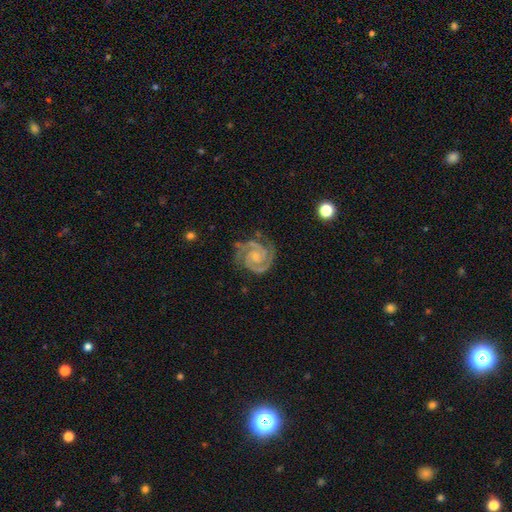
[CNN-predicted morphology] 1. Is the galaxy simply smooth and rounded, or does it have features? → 93% featured or disk, 4% star or artifact, 3% smooth.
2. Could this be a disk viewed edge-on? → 98% no, 2% yes.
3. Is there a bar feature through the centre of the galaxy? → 69% no, 23% weak, 8% strong.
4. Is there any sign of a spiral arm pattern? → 99% yes, 1% no.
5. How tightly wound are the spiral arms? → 73% tight, 25% medium, 2% loose.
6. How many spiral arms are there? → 86% 2, 8% 3, 2% can't tell, 1% 4, 1% 1, 1% more than 4.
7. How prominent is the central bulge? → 66% small, 23% moderate, 9% none, 1% large, 1% dominant.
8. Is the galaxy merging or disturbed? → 77% none, 17% minor disturbance, 5% major disturbance, 2% merger.